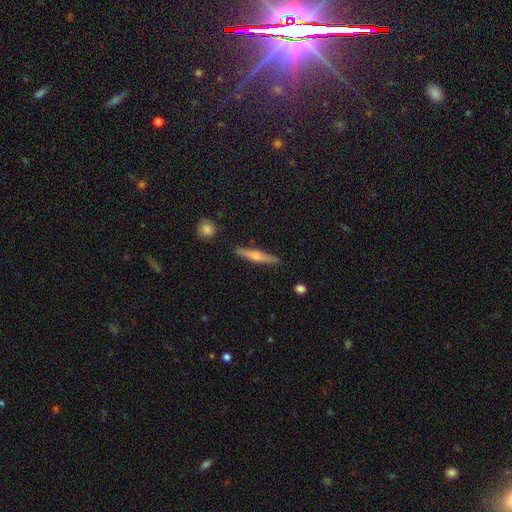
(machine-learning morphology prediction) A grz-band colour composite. It shows a featured or disk galaxy (50%) viewed edge-on (96%). Merging: none (88%).